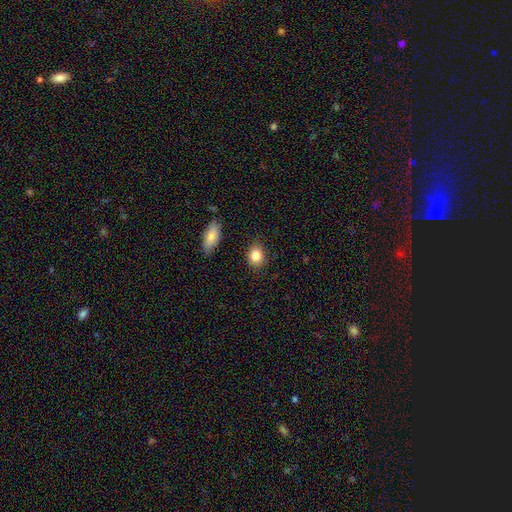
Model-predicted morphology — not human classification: Overall: smooth (85%). How rounded: round (49%, tied with in between). Merging: none (85%).